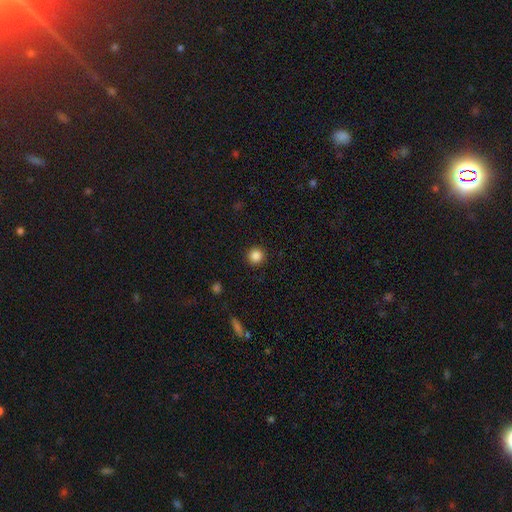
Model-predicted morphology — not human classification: Smooth or featured? Predicted: smooth (p=0.86). How rounded? Predicted: round (p=0.95). Merging? Predicted: none (p=0.92).